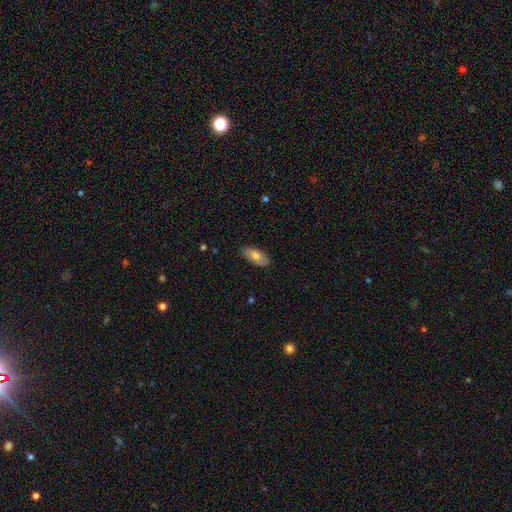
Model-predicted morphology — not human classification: Smooth or featured? Predicted: smooth (p=0.70). How rounded? Predicted: in between (p=0.90). Merging? Predicted: none (p=0.83).